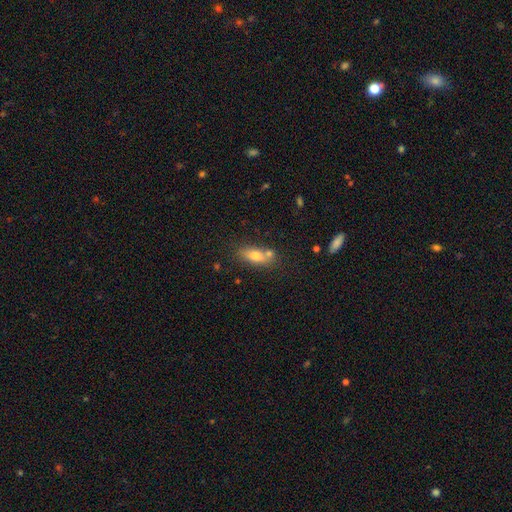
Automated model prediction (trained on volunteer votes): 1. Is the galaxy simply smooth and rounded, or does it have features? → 74% smooth, 17% featured or disk, 9% star or artifact.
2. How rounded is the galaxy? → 74% in between, 20% cigar-shaped, 6% round.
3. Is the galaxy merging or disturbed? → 59% none, 21% merger, 15% minor disturbance, 5% major disturbance.